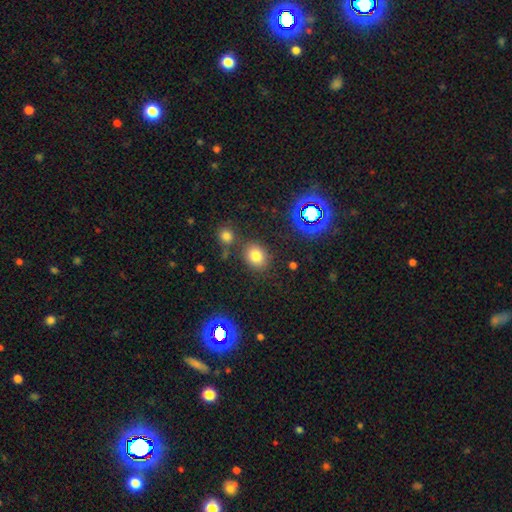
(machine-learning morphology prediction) This appears to be a smooth galaxy with no disk features (75%) that is round (55%). Merging: none (77%).